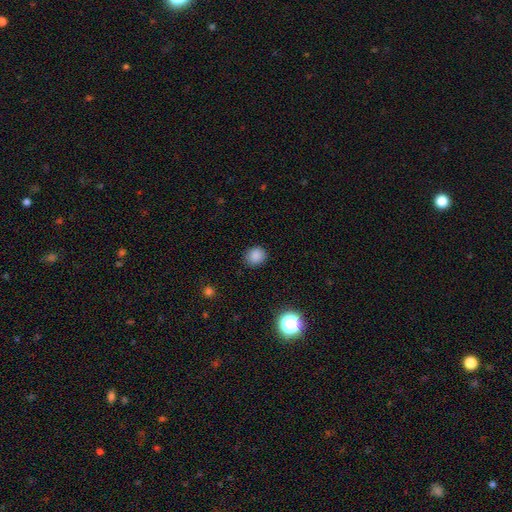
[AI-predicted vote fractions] Smooth or featured: smooth — 84% (star or artifact — 12%)
How rounded: round — 78% (in between — 21%)
Merging: none — 87% (minor disturbance — 10%)